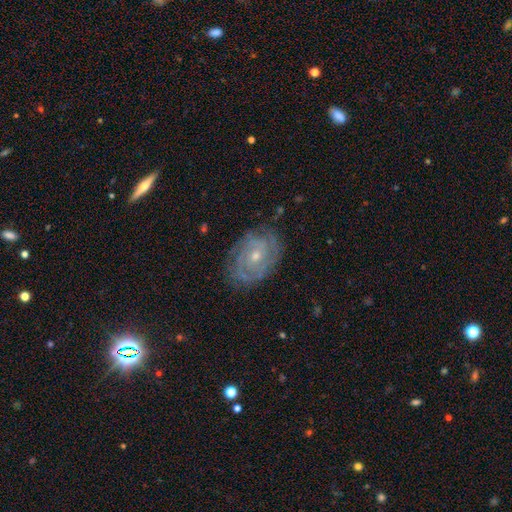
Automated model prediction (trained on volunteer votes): This appears to be a featured or disk galaxy (83%) with no bar (69%), 2 (36%) tight (71%) spiral arms (93%) and a small central bulge (52%). Merging: none (77%).